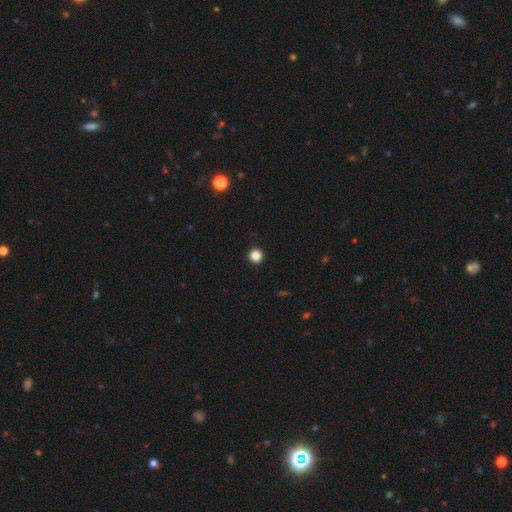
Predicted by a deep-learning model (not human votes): This is clearly a smooth galaxy (86%). How rounded: clearly round (96%). Merging: clearly none (94%).